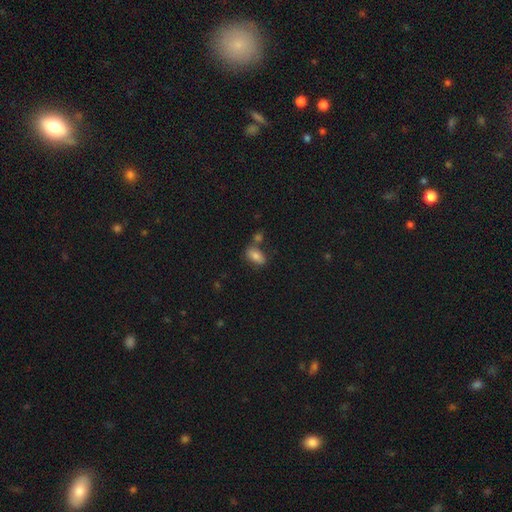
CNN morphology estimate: Smooth or featured: smooth — 80% (featured or disk — 11%)
How rounded: in between — 89% (round — 7%)
Merging: none — 61% (merger — 21%)